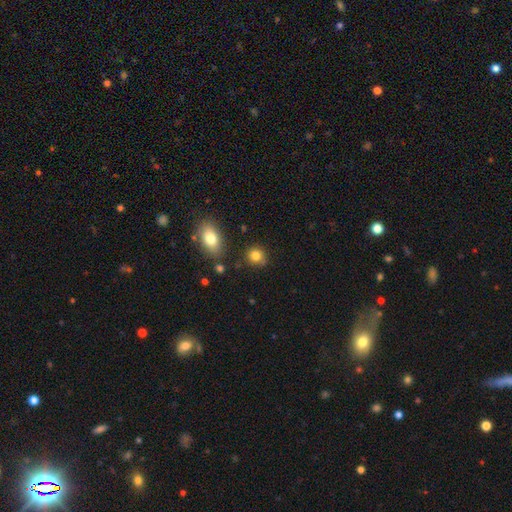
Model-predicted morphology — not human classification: type=smooth (83%); roundness=round (79%); merging=none (78%).